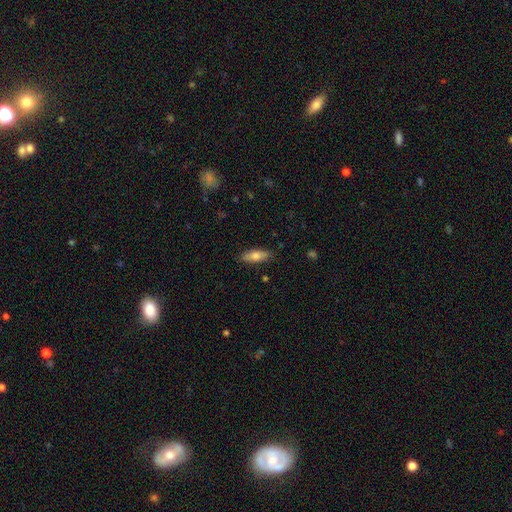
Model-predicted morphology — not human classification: smooth_or_featured: smooth (p=0.68) [alt: featured or disk p=0.25]
how_rounded: in between (p=0.60) [alt: cigar-shaped p=0.38]
merging: none (p=0.87) [alt: minor disturbance p=0.10]